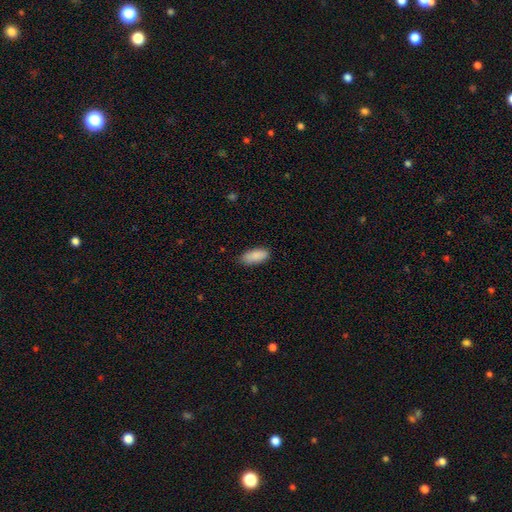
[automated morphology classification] This is clearly a smooth galaxy (89%). How rounded: clearly in between (85%). Merging: clearly none (83%).